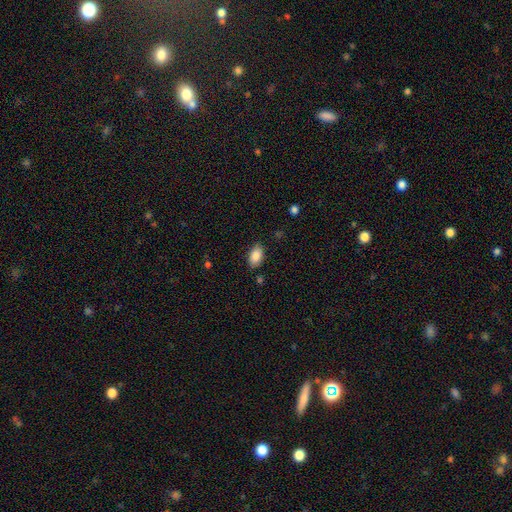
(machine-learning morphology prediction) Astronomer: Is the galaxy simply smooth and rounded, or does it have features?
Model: smooth — 87%.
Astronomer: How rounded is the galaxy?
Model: in between — 92%.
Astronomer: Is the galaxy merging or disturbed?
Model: none — 83%.